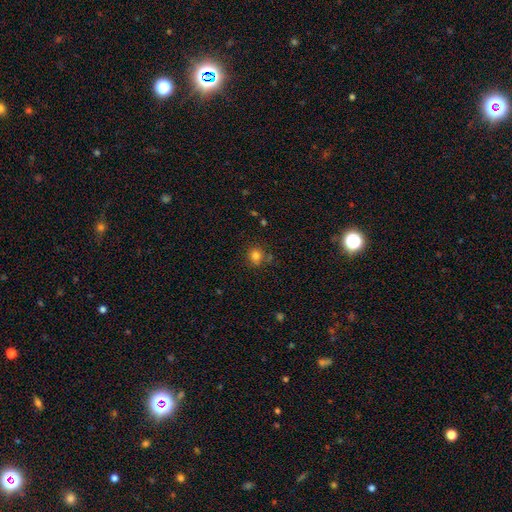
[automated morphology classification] smooth_or_featured: smooth (p=0.81) [alt: star or artifact p=0.13]
how_rounded: round (p=0.81) [alt: in between p=0.18]
merging: none (p=0.76) [alt: minor disturbance p=0.13]